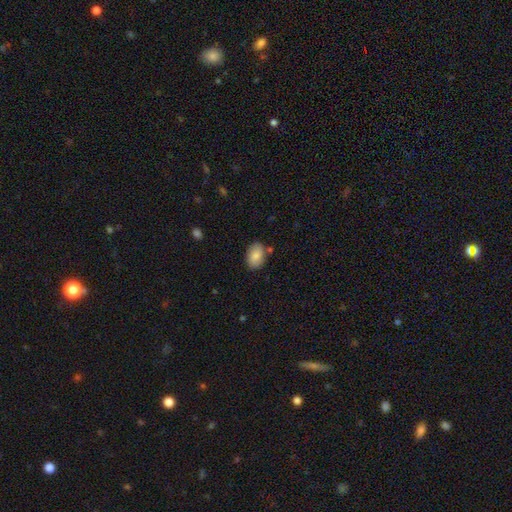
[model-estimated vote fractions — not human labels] This is clearly a smooth galaxy (85%). How rounded: clearly in between (85%). Merging: likely none (80%).